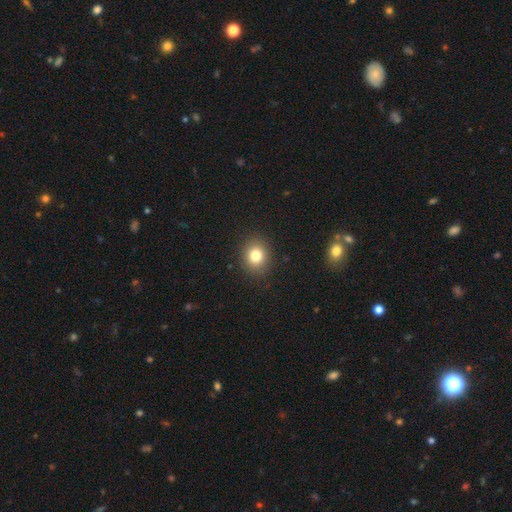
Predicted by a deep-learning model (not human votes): smooth-or-featured: smooth: 80% | star or artifact: 12% | featured or disk: 8%
  how-rounded: round: 63% | in between: 36% | cigar-shaped: 1%
  merging: none: 89% | minor disturbance: 8% | major disturbance: 3% | merger: 1%